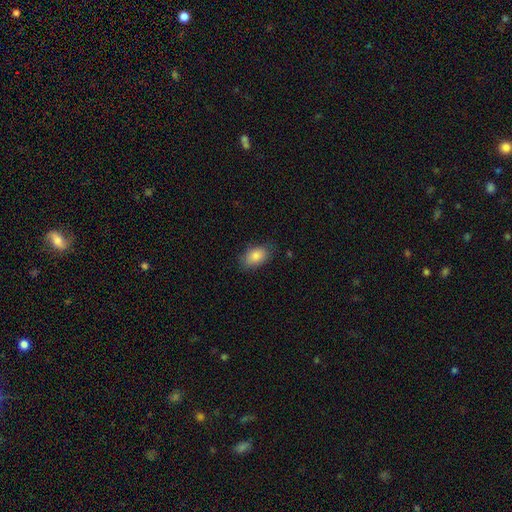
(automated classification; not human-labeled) This appears to be a smooth galaxy with no disk features (85%) that is in between round and cigar-shaped (89%). Merging: none (77%).